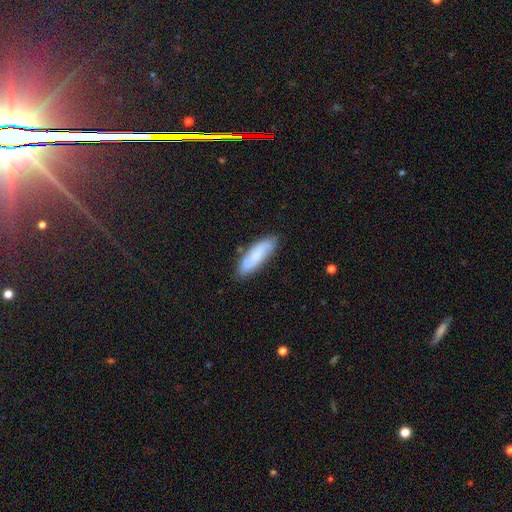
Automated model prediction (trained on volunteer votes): Smooth or featured: smooth — 67% (featured or disk — 27%)
How rounded: in between — 52% (cigar-shaped — 46%)
Merging: none — 81% (minor disturbance — 14%)